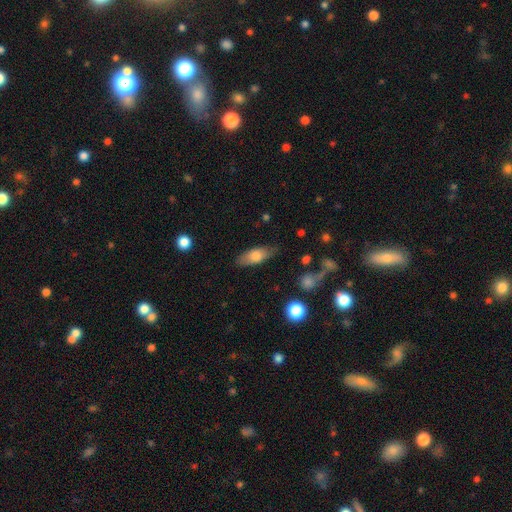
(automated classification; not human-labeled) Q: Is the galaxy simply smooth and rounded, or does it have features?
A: smooth — 71%.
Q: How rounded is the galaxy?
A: in between — 74%.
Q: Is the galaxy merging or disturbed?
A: none — 78%.